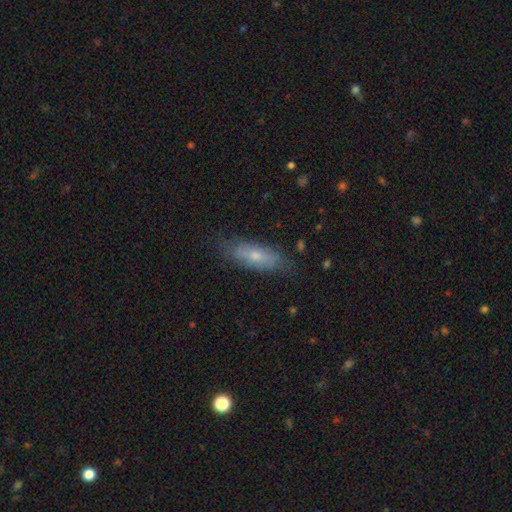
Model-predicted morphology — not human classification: Overall: smooth (63%; featured or disk 30%). How rounded: in between (60%; cigar-shaped 38%). Merging: none (76%).